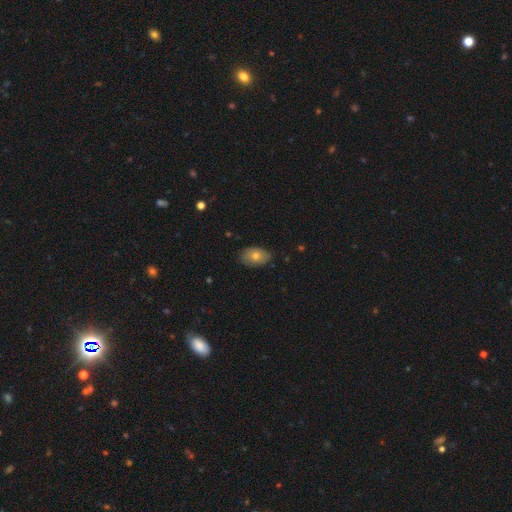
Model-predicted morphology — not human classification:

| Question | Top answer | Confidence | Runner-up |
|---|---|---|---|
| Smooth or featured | smooth | 70% | featured or disk (22%) |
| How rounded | in between | 88% | round (10%) |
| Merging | none | 81% | minor disturbance (16%) |